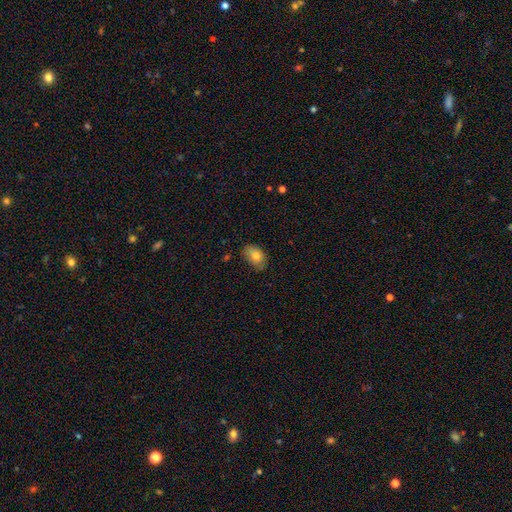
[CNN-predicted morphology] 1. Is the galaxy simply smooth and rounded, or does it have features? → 80% smooth, 12% featured or disk, 8% star or artifact.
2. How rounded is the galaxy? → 85% in between, 14% round, 1% cigar-shaped.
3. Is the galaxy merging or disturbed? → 74% none, 21% minor disturbance, 3% major disturbance, 1% merger.